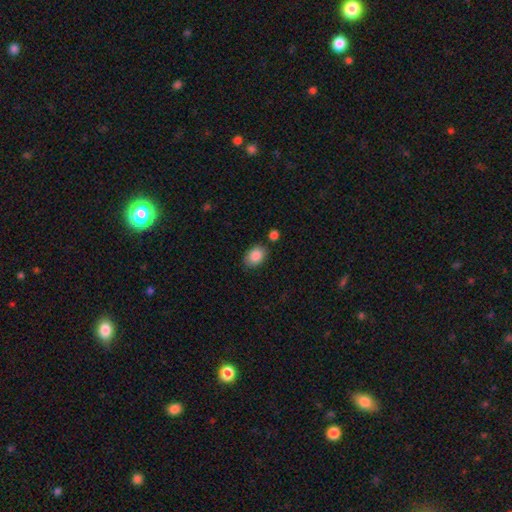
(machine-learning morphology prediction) smooth_or_featured: smooth (p=0.88) [alt: star or artifact p=0.07]
how_rounded: in between (p=0.81) [alt: round p=0.18]
merging: none (p=0.77) [alt: minor disturbance p=0.14]